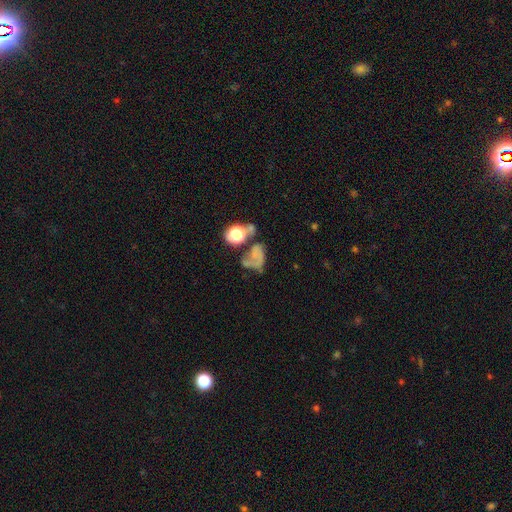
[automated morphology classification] A smooth galaxy with no disk features (44%). Merging: major disturbance (36%).